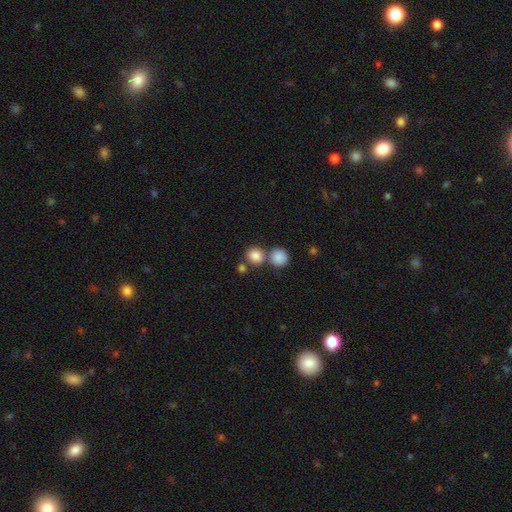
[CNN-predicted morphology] This is clearly a smooth galaxy (85%). How rounded: clearly round (85%). Merging: possibly none (58%).